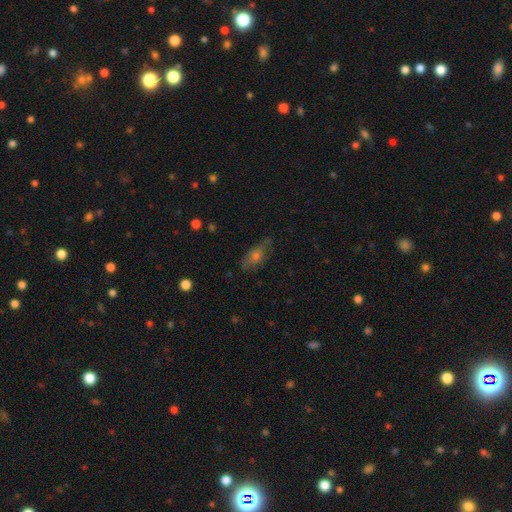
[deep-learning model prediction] Q: Smooth or featured?
A: smooth (52%); runner-up: featured or disk (35%)
Q: How rounded?
A: in between (75%); runner-up: cigar-shaped (18%)
Q: Merging?
A: none (70%); runner-up: minor disturbance (22%)